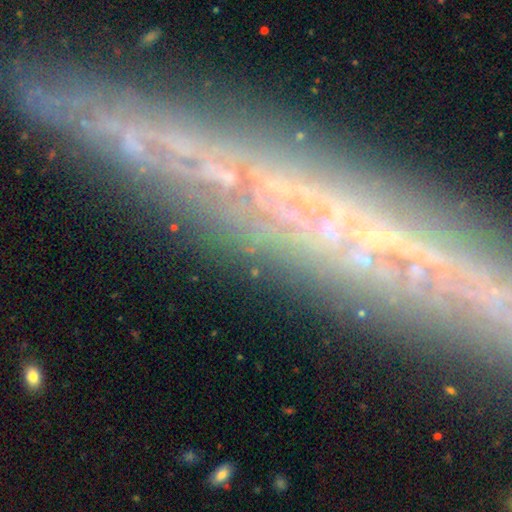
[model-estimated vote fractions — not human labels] A featured or disk galaxy (46%).

Vote fractions:
- Smooth or featured? featured or disk: 46% / star or artifact: 37% / smooth: 17%
- Merging? none: 83% / minor disturbance: 11% / major disturbance: 3% / merger: 3%